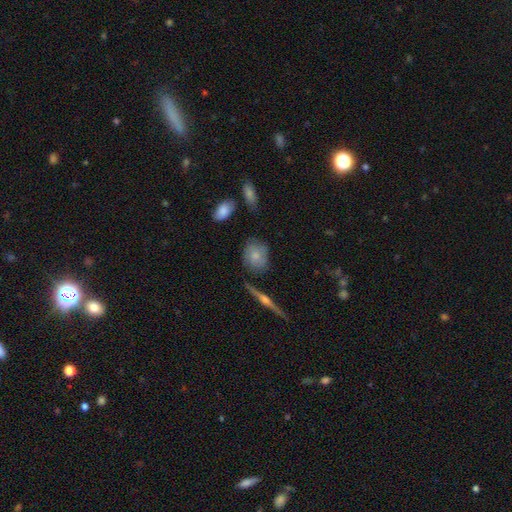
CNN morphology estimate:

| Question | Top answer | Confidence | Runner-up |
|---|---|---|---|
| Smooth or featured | smooth | 65% | featured or disk (27%) |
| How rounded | in between | 52% | round (45%) |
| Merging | none | 72% | minor disturbance (20%) |